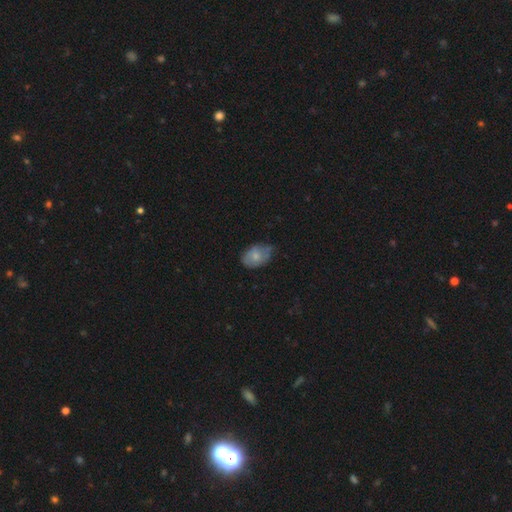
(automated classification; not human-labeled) This appears to be a smooth galaxy with no disk features (75%) that is in between round and cigar-shaped (85%). Merging: none (49%).